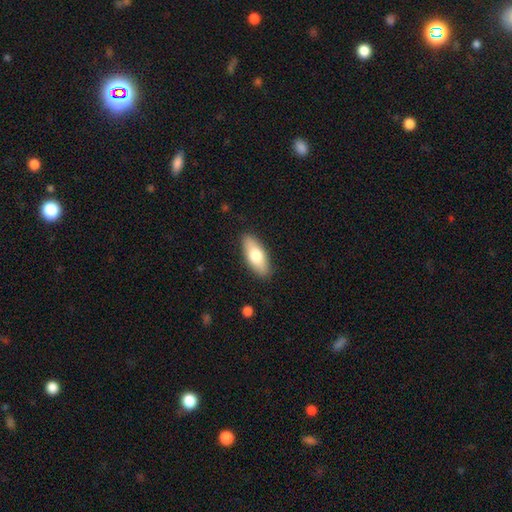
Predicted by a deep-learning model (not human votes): A smooth galaxy with no disk features (73%) that is in between round and cigar-shaped (79%). Merging: none (88%).